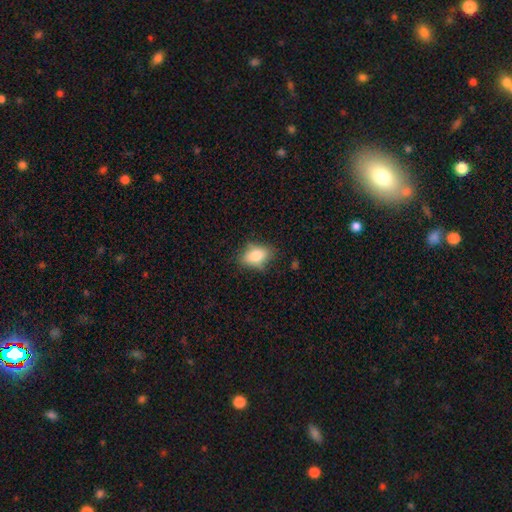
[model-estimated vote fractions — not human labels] This is likely a smooth galaxy (79%). How rounded: clearly in between (80%). Merging: likely none (70%).